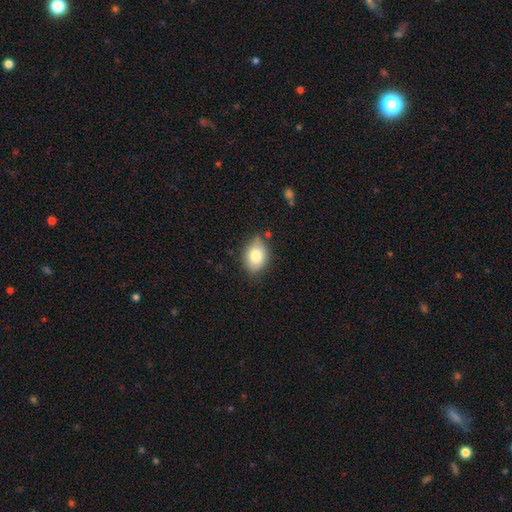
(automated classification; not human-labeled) smooth_or_featured: smooth (p=0.81) [alt: featured or disk p=0.11]
how_rounded: in between (p=0.73) [alt: round p=0.26]
merging: none (p=0.76) [alt: minor disturbance p=0.18]